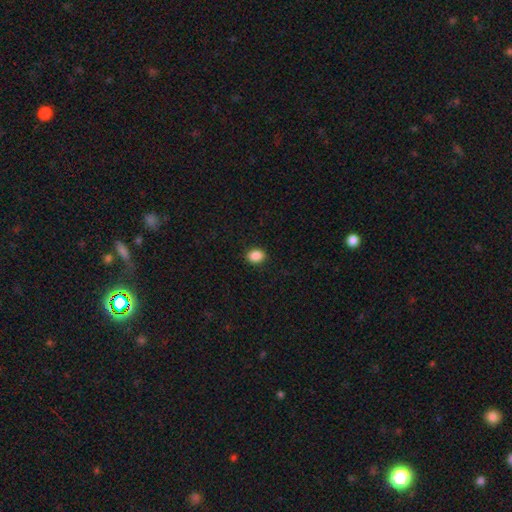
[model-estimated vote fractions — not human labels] Morphology: type=smooth (88%); roundness=in between (59%); merging=none (91%).